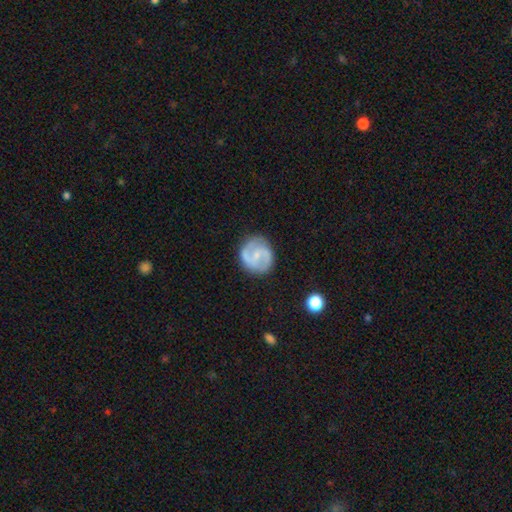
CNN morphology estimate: Smooth or featured? Predicted: featured or disk (p=0.75). Edge-on disk? Predicted: no (p=0.98). Bar? Predicted: weak (p=0.52). Spiral arms? Predicted: yes (p=0.91). Spiral winding? Predicted: medium (p=0.51). Spiral arm count? Predicted: 2 (p=0.87). Bulge size? Predicted: small (p=0.60). Merging? Predicted: none (p=0.82).